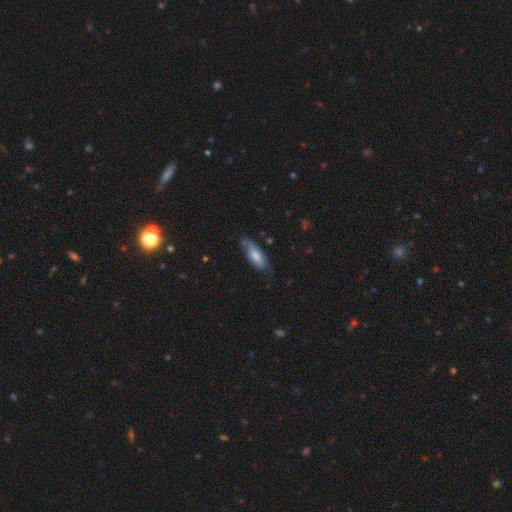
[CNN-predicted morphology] Smooth or featured?
  - smooth: 63% *
  - featured or disk: 30%
  - star or artifact: 6%
How rounded?
  - in between: 68% *
  - cigar-shaped: 30%
  - round: 2%
Merging?
  - none: 59% *
  - minor disturbance: 31%
  - major disturbance: 8%
  - merger: 2%